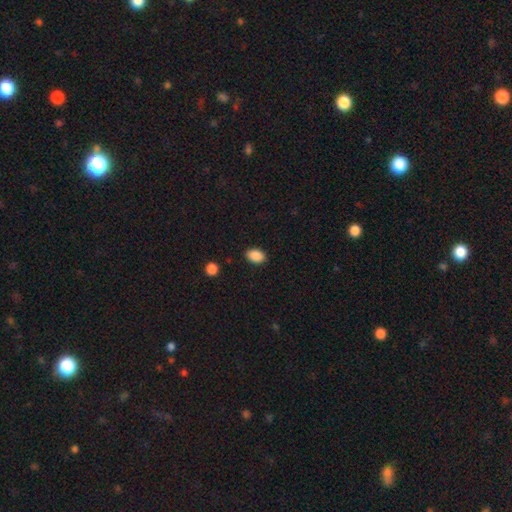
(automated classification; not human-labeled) This appears to be a smooth galaxy with no disk features (89%) that is in between round and cigar-shaped (83%). Merging: none (87%).